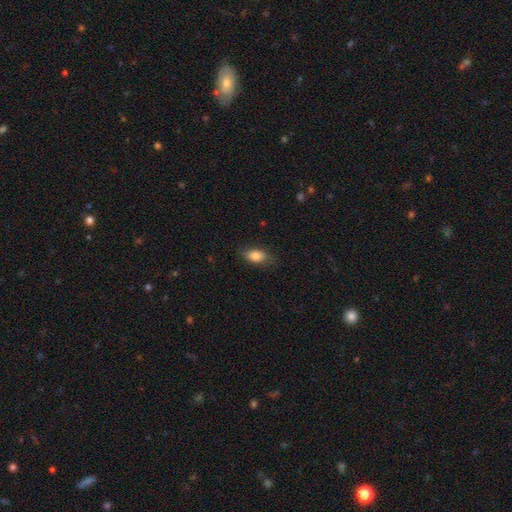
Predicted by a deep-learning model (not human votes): smooth-or-featured: smooth: 84% | featured or disk: 9% | star or artifact: 7%
  how-rounded: in between: 88% | round: 7% | cigar-shaped: 6%
  merging: none: 80% | minor disturbance: 16% | major disturbance: 4% | merger: 1%